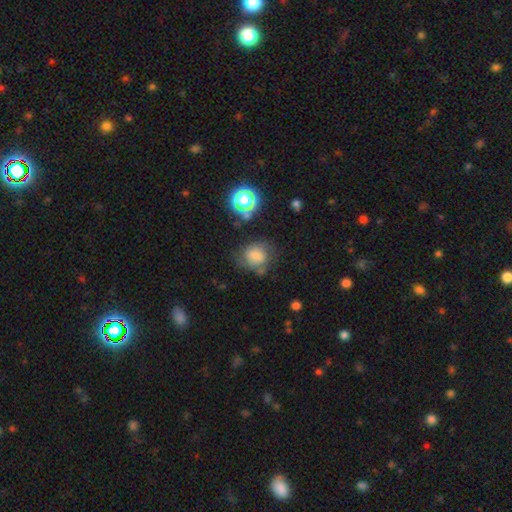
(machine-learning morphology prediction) Smooth or featured: smooth — 69% (featured or disk — 17%)
How rounded: round — 72% (in between — 27%)
Merging: none — 60% (minor disturbance — 22%)